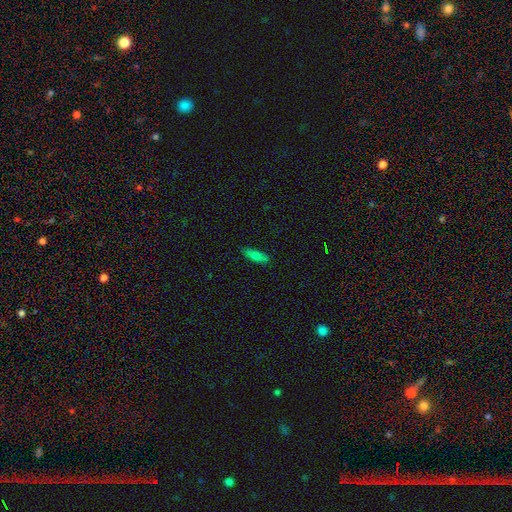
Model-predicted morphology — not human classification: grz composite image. It shows a smooth galaxy with no disk features (75%) that is in between round and cigar-shaped (53%). Merging: none (84%).